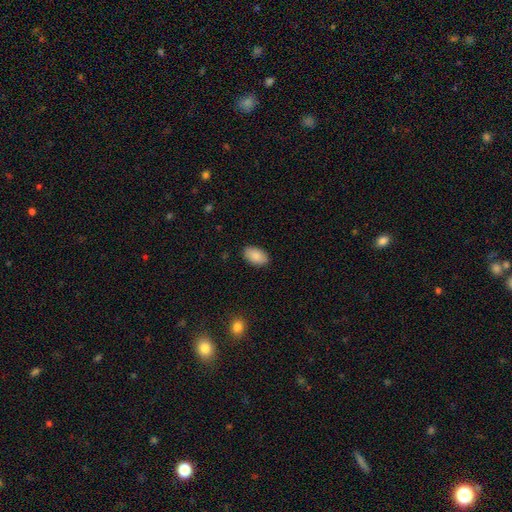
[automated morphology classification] type=smooth (88%); roundness=in between (94%); merging=none (88%).